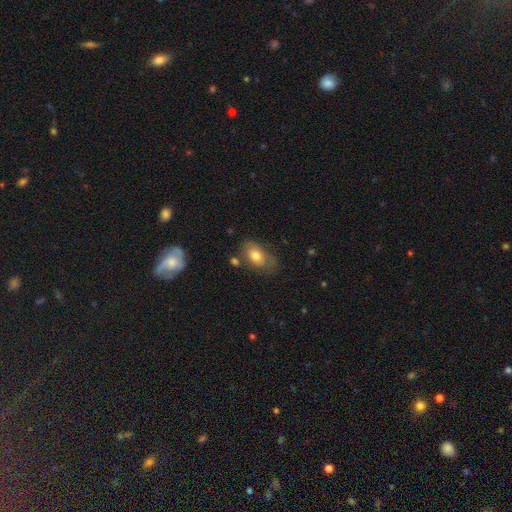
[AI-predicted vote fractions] smooth 75%, featured or disk 17%, star or artifact 8%. Down the decision tree: how rounded — in between (87%); merging — none (59%).